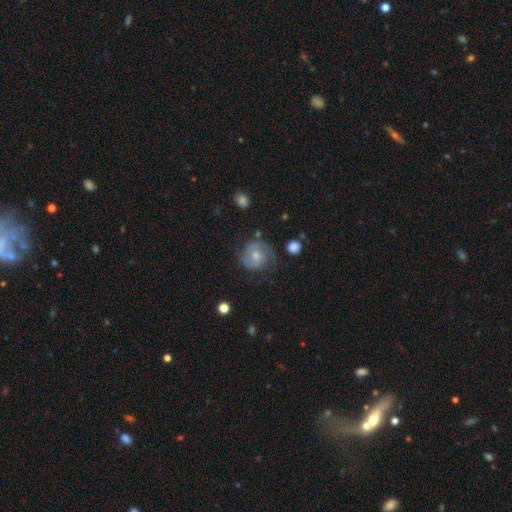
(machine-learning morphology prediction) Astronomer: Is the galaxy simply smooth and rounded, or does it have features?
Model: featured or disk — 72%.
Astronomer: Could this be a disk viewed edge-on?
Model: no — 98%.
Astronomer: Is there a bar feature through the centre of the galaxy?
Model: no — 61%.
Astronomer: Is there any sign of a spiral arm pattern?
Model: yes — 93%.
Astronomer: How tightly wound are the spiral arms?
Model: medium — 45% (runner-up: tight, 38%).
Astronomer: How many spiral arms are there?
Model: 2 — 79%.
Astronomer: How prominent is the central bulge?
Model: moderate — 49% (runner-up: small, 46%).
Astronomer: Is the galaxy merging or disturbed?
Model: none — 68%.